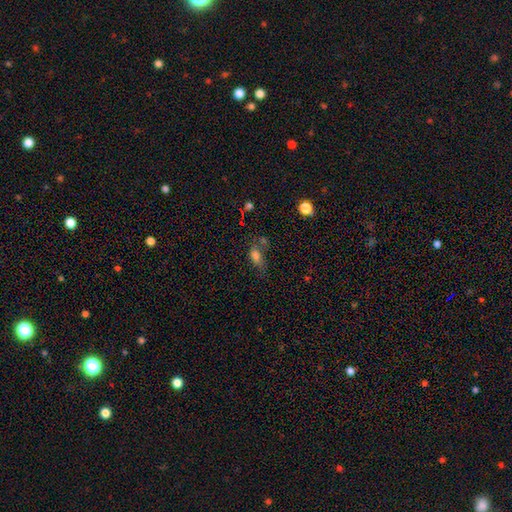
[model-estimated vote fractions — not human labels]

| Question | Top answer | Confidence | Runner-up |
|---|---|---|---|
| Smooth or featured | smooth | 71% | star or artifact (15%) |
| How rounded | in between | 79% | round (11%) |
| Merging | none | 39% | minor disturbance (25%) |